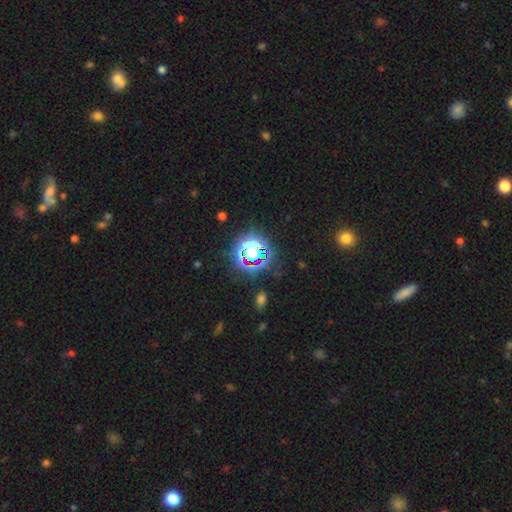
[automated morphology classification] Overall: star or artifact (66%).